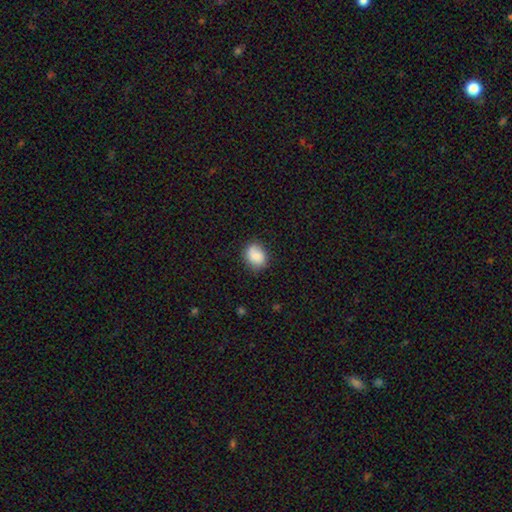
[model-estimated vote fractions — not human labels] Q: Smooth or featured?
A: smooth (83%); runner-up: featured or disk (9%)
Q: How rounded?
A: in between (51%); runner-up: round (48%)
Q: Merging?
A: none (77%); runner-up: minor disturbance (18%)